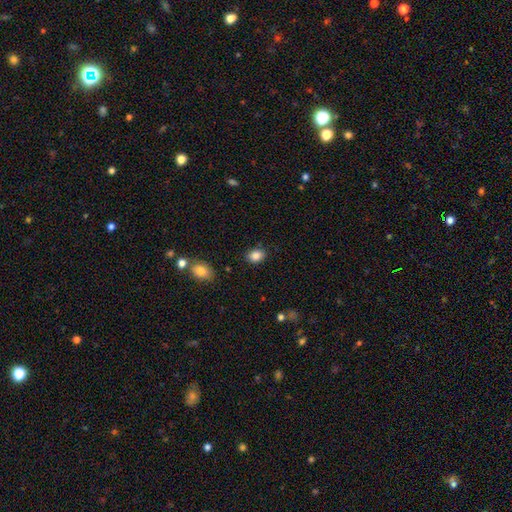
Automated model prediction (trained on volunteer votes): Overall: smooth (86%). How rounded: in between (68%; round 31%). Merging: none (85%).